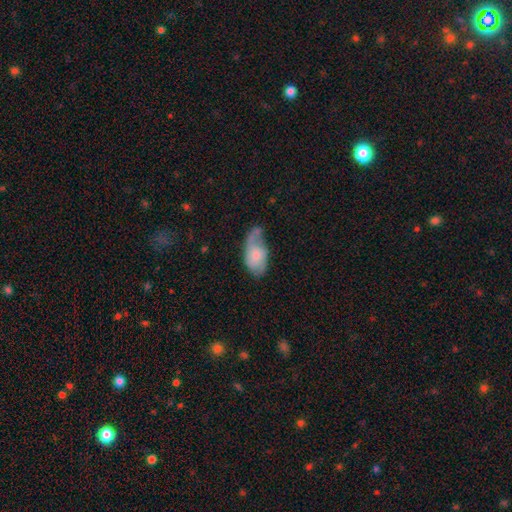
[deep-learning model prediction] This appears to be a smooth galaxy with no disk features (57%) that is in between round and cigar-shaped (93%). Merging: minor disturbance (35%).